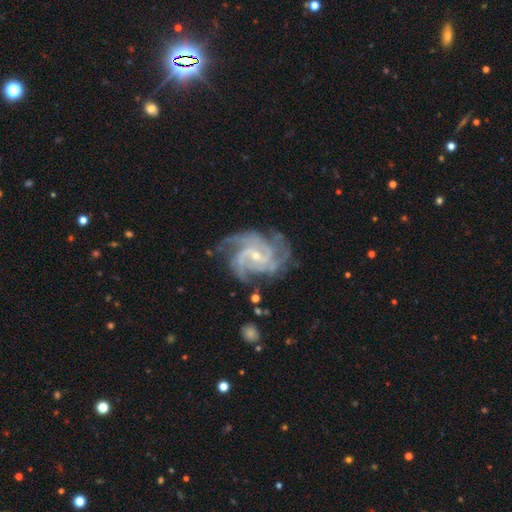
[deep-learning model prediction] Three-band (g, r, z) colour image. It shows a featured or disk galaxy (92%) with a weak bar (43%), 3 (35%) medium (47%) spiral arms (98%) and a small central bulge (72%). Merging: none (67%).